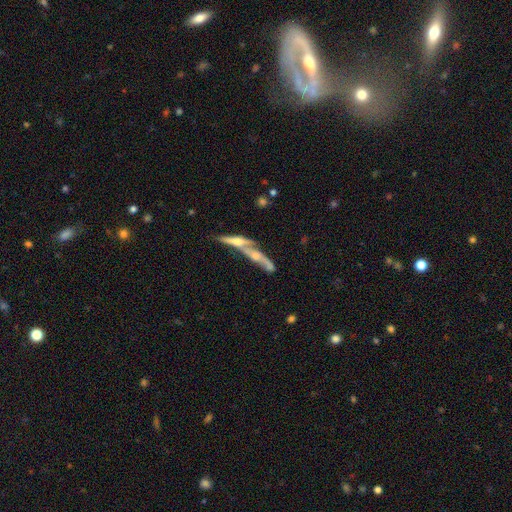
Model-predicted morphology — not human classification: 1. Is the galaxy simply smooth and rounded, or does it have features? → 65% featured or disk, 28% smooth, 8% star or artifact.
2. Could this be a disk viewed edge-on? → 60% yes, 40% no.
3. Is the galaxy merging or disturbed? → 60% merger, 25% none, 9% minor disturbance, 6% major disturbance.